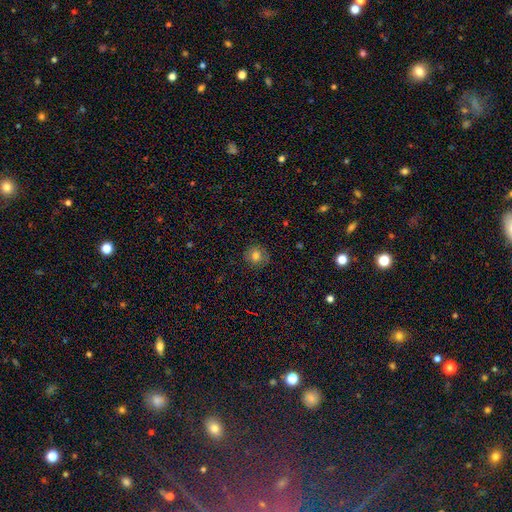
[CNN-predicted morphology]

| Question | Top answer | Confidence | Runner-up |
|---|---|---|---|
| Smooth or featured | smooth | 77% | star or artifact (12%) |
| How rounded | round | 89% | in between (10%) |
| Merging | none | 86% | minor disturbance (11%) |